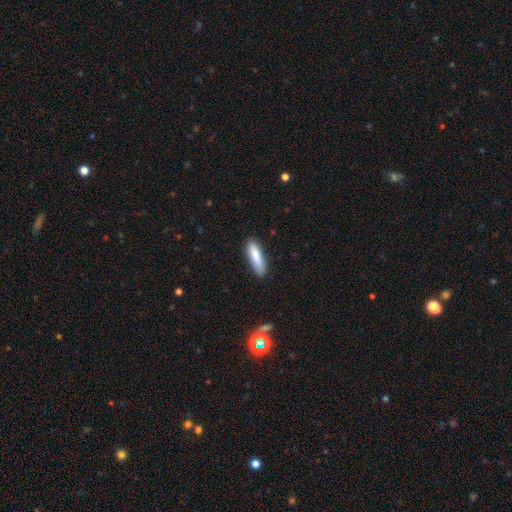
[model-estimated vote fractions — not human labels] Morphology: type=smooth (85%); roundness=cigar-shaped (66%); merging=none (85%).